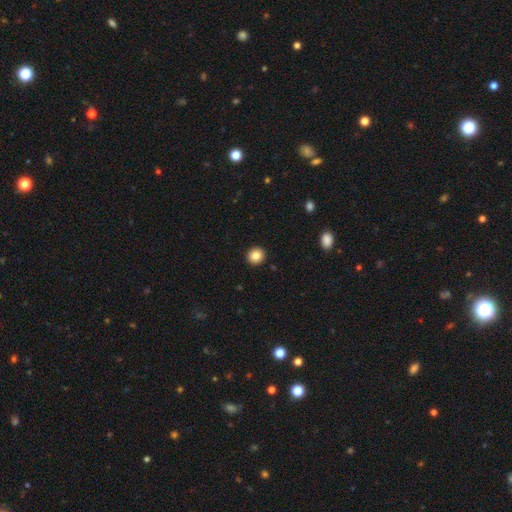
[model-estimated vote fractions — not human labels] Smooth or featured?
  - smooth: 84% *
  - star or artifact: 10%
  - featured or disk: 6%
How rounded?
  - round: 92% *
  - in between: 7%
  - cigar-shaped: 1%
Merging?
  - none: 93% *
  - minor disturbance: 4%
  - major disturbance: 1%
  - merger: 1%